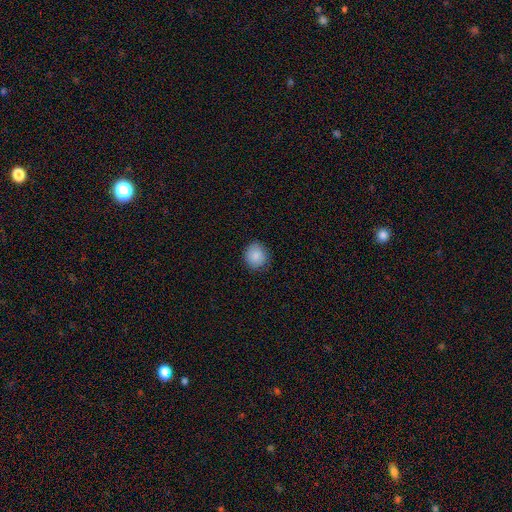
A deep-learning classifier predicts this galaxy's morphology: Q: Smooth or featured?
A: smooth (87%); runner-up: star or artifact (8%)
Q: How rounded?
A: round (85%); runner-up: in between (14%)
Q: Merging?
A: none (87%); runner-up: minor disturbance (10%)